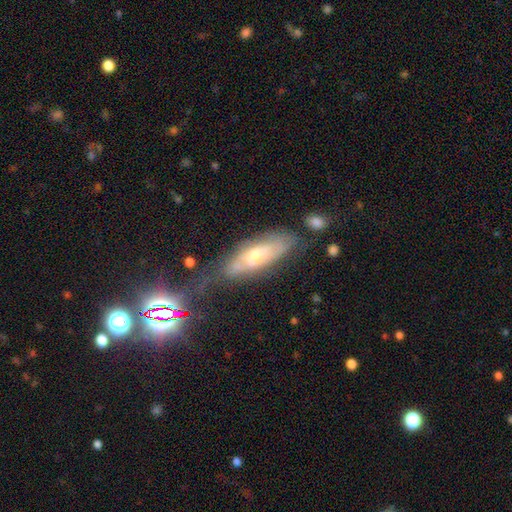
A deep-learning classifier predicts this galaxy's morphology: type=featured or disk (59%); edge-on=no (75%); merging=none (54%).